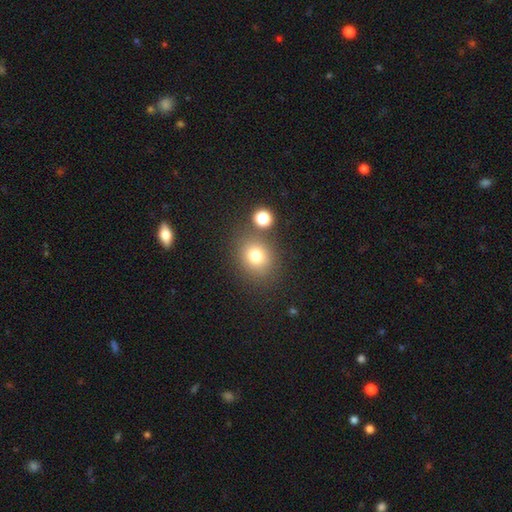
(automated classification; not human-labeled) smooth 78%, star or artifact 13%, featured or disk 9%. Down the decision tree: how rounded — round (68%); merging — none (75%).